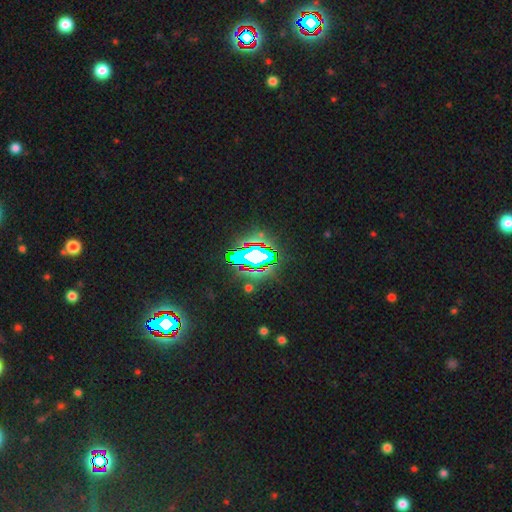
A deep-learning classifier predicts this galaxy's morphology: smooth_or_featured: star or artifact (p=0.68) [alt: featured or disk p=0.16]